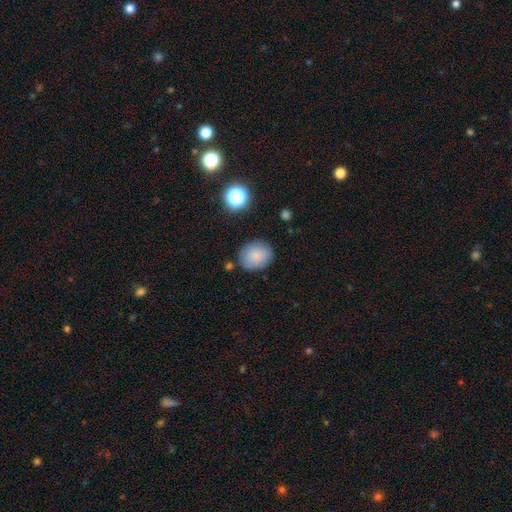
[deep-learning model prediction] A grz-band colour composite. It shows a smooth galaxy with no disk features (82%) that is round (56%). Merging: none (80%).